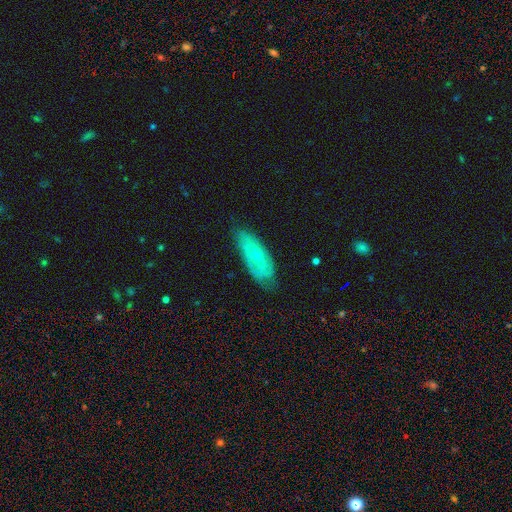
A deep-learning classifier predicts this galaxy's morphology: This is possibly a featured or disk galaxy (48%). Merging: likely none (67%).